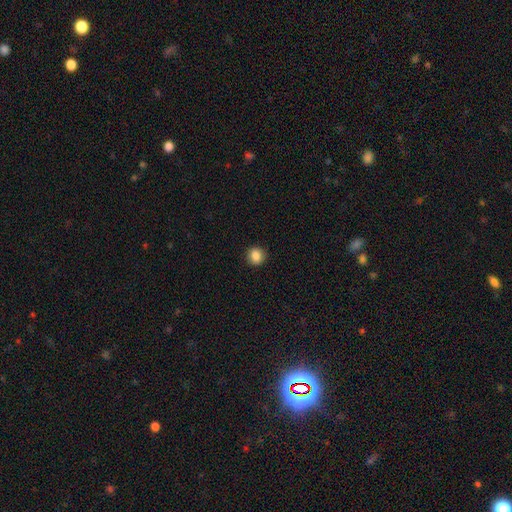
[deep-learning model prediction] Smooth or featured?
  - smooth: 86% *
  - star or artifact: 10%
  - featured or disk: 4%
How rounded?
  - round: 84% *
  - in between: 15%
  - cigar-shaped: 1%
Merging?
  - none: 90% *
  - minor disturbance: 7%
  - major disturbance: 2%
  - merger: 1%